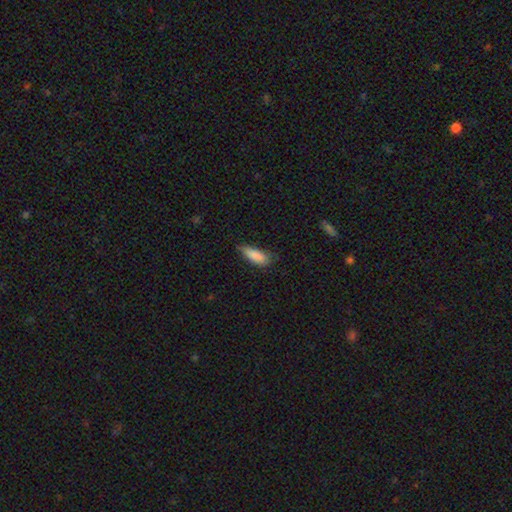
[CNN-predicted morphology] smooth-or-featured: smooth: 86% | featured or disk: 7% | star or artifact: 6%
  how-rounded: in between: 66% | cigar-shaped: 32% | round: 2%
  merging: none: 60% | minor disturbance: 32% | major disturbance: 6% | merger: 2%